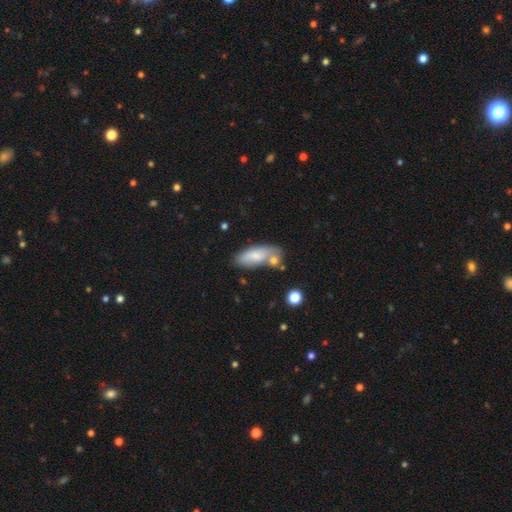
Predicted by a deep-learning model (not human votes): A smooth galaxy with no disk features (74%) that is in between round and cigar-shaped (74%).

Vote fractions:
- Smooth or featured? smooth: 74% / featured or disk: 19% / star or artifact: 7%
- How rounded? in between: 74% / cigar-shaped: 24% / round: 3%
- Merging? none: 55% / minor disturbance: 20% / merger: 20% / major disturbance: 6%